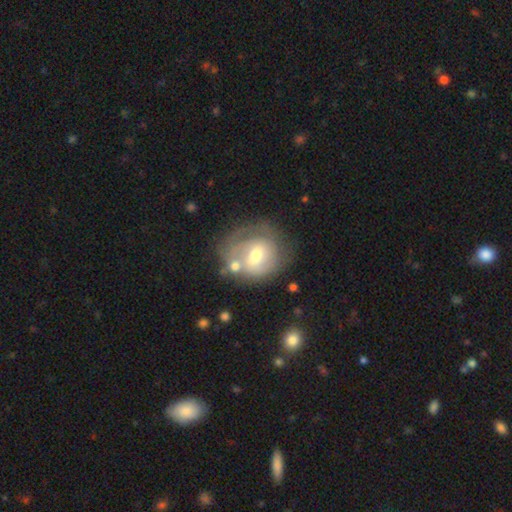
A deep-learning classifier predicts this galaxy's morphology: featured or disk 59%, smooth 33%, star or artifact 8%. Down the decision tree: edge-on disk — no (96%); bar — weak (48%); spiral arms — yes (67%); bulge size — moderate (65%); merging — none (51%).